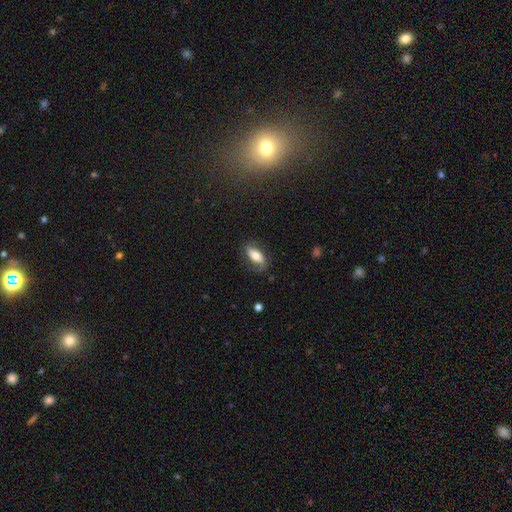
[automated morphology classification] Q: Smooth or featured?
A: smooth (53%); runner-up: featured or disk (40%)
Q: How rounded?
A: in between (77%); runner-up: cigar-shaped (19%)
Q: Merging?
A: none (65%); runner-up: minor disturbance (22%)